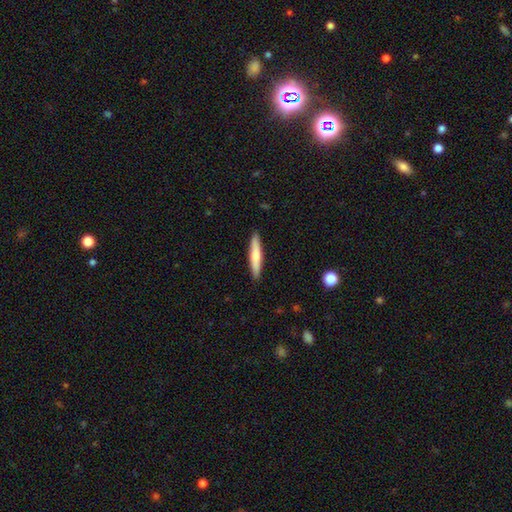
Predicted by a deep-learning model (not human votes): Overall: smooth (67%). How rounded: cigar-shaped (91%). Merging: none (91%).